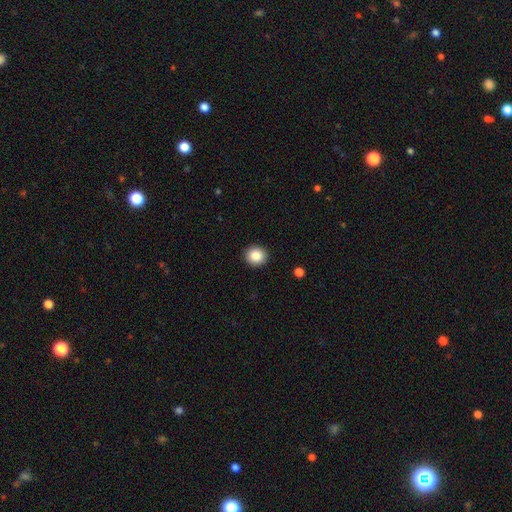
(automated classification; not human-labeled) A smooth galaxy with no disk features (86%) that is round (87%). Merging: none (92%).